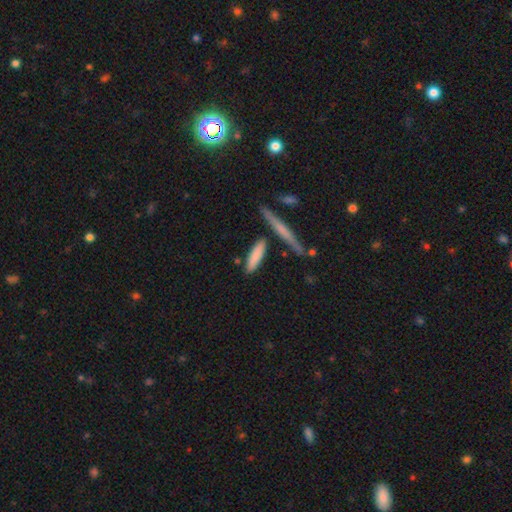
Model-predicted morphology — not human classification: A smooth galaxy with no disk features (82%) that is cigar-shaped (69%).

Vote fractions:
- Smooth or featured? smooth: 82% / featured or disk: 12% / star or artifact: 6%
- How rounded? cigar-shaped: 69% / in between: 29% / round: 2%
- Merging? none: 76% / minor disturbance: 13% / merger: 7% / major disturbance: 3%